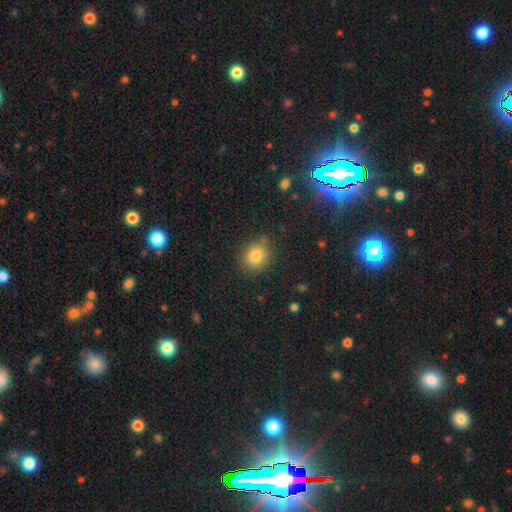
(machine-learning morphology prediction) This appears to be a smooth galaxy with no disk features (81%) that is round (73%). Merging: none (85%).